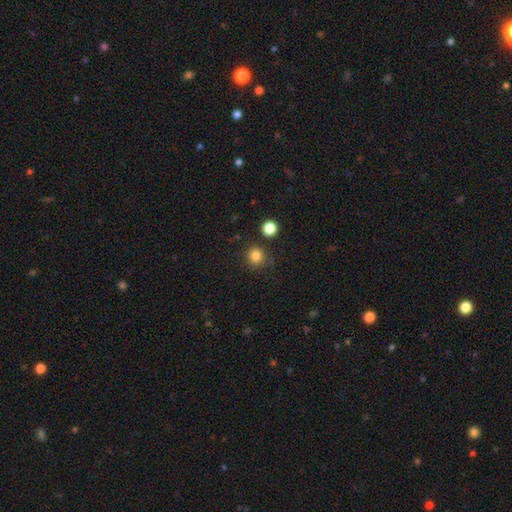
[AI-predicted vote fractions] A smooth galaxy with no disk features (83%) that is round (91%).

Vote fractions:
- Smooth or featured? smooth: 83% / star or artifact: 13% / featured or disk: 4%
- How rounded? round: 91% / in between: 8% / cigar-shaped: 1%
- Merging? none: 84% / minor disturbance: 8% / merger: 5% / major disturbance: 3%